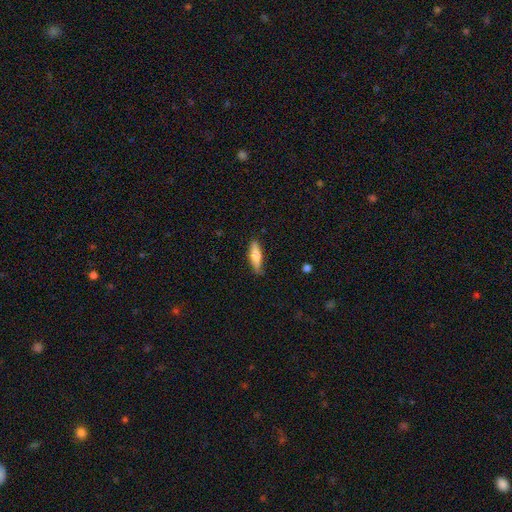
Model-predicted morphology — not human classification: Smooth or featured? smooth (59%)
How rounded? cigar-shaped (66%)
Merging? none (86%)